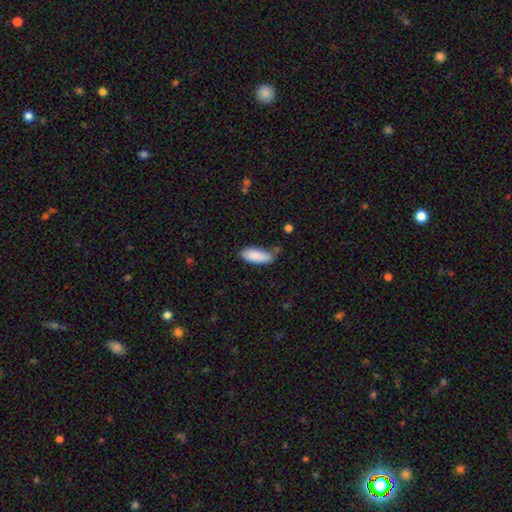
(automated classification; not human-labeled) Morphology: type=smooth (88%); roundness=in between (77%); merging=none (64%).